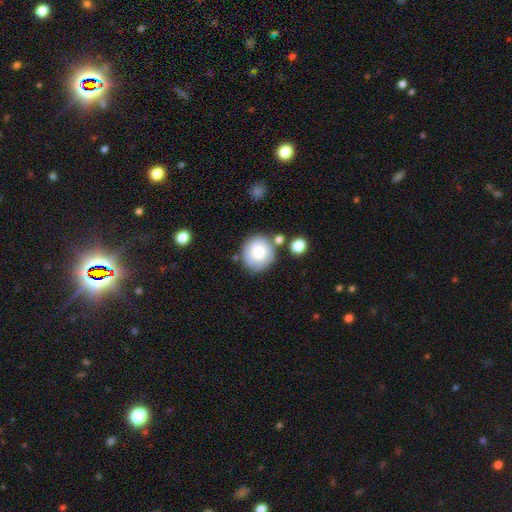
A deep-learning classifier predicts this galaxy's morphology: A smooth galaxy with no disk features (76%) that is round (88%). Merging: none (74%).